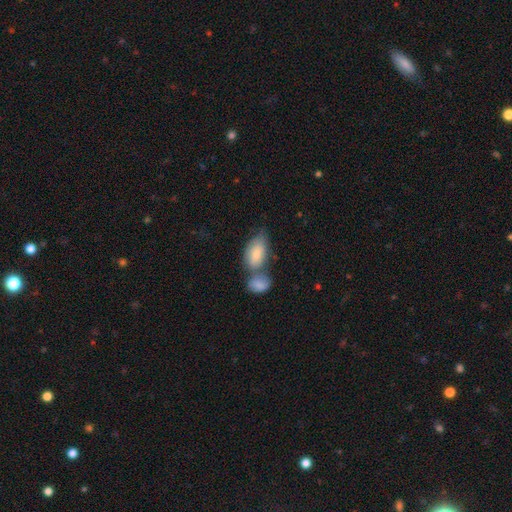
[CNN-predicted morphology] type=smooth (77%); roundness=in between (92%); merging=merger (57%).